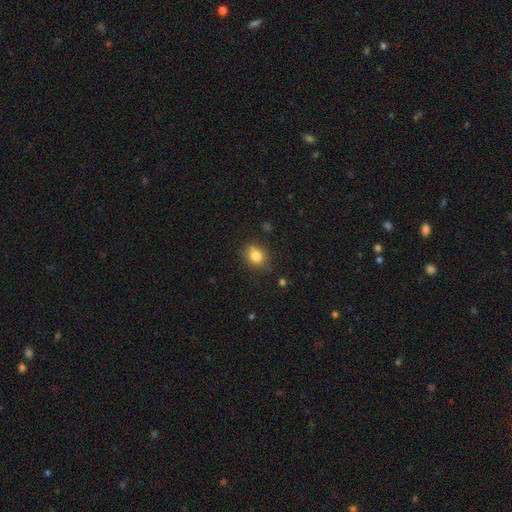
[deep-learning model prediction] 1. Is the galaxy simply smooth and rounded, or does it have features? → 80% smooth, 11% star or artifact, 8% featured or disk.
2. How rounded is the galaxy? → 60% round, 39% in between, 1% cigar-shaped.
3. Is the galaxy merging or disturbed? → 74% none, 18% minor disturbance, 4% merger, 4% major disturbance.